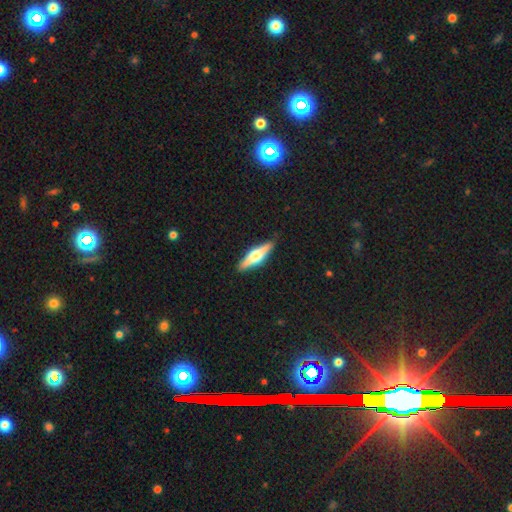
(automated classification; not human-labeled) Overall: featured or disk (64%; smooth 31%). Edge-on disk: yes (96%). Edge-on bulge: rounded (93%). Merging: none (90%).